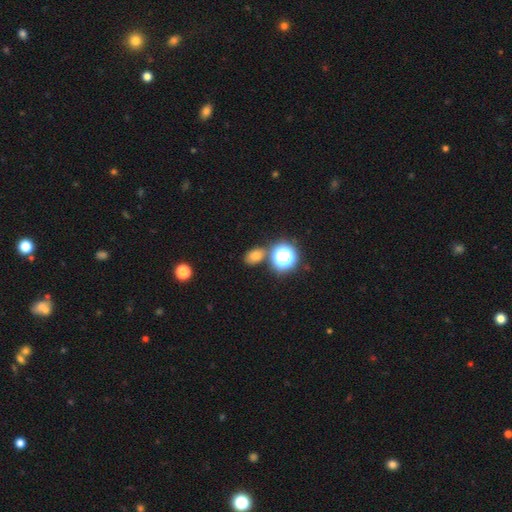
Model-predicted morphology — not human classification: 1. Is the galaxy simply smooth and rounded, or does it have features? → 69% smooth, 23% star or artifact, 8% featured or disk.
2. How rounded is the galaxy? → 70% in between, 29% round, 1% cigar-shaped.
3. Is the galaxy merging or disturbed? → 73% none, 13% minor disturbance, 11% merger, 4% major disturbance.